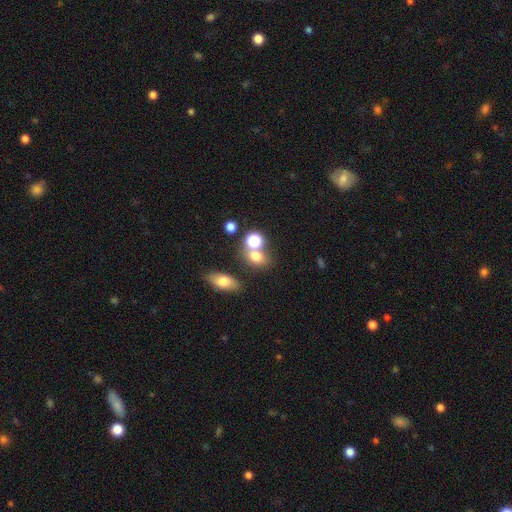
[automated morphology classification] smooth 72%, star or artifact 17%, featured or disk 11%. Down the decision tree: how rounded — round (53%); merging — none (53%).